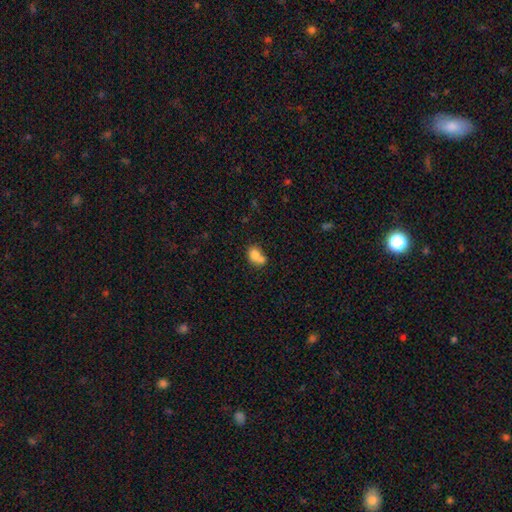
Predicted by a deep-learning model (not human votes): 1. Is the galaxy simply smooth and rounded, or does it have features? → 77% smooth, 13% featured or disk, 10% star or artifact.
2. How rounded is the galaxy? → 58% in between, 41% round, 1% cigar-shaped.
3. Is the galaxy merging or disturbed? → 48% merger, 31% none, 14% minor disturbance, 7% major disturbance.